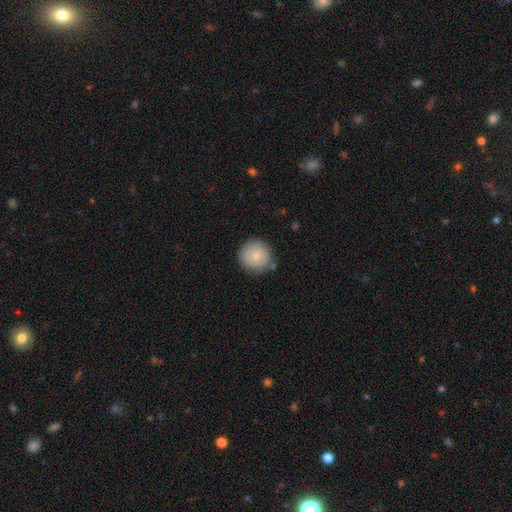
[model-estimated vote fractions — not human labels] A smooth galaxy with no disk features (78%) that is round (94%). Merging: none (79%).